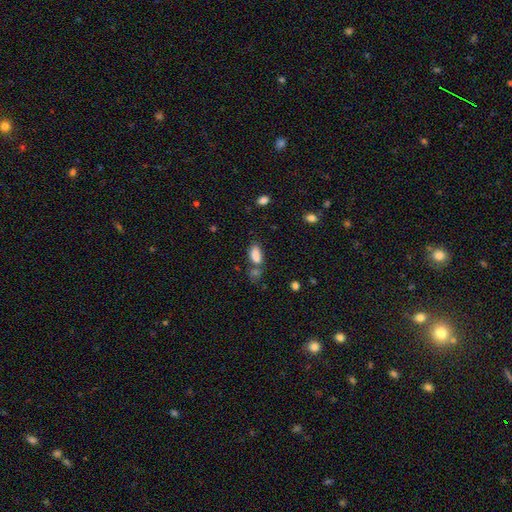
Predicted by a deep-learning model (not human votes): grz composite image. It shows a smooth galaxy with no disk features (85%) that is in between round and cigar-shaped (88%). Merging: none (50%).